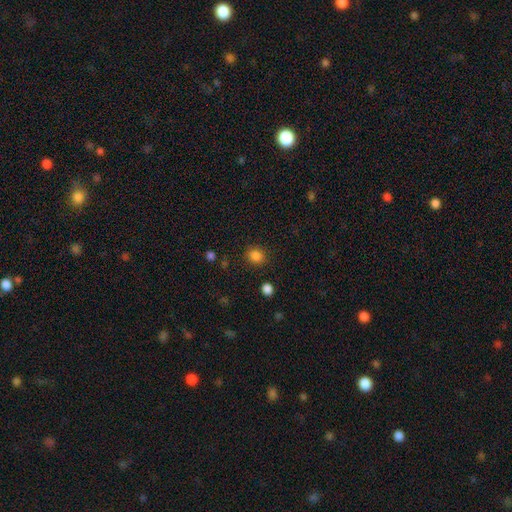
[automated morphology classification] This appears to be a smooth galaxy with no disk features (85%) that is round (66%). Merging: none (86%).